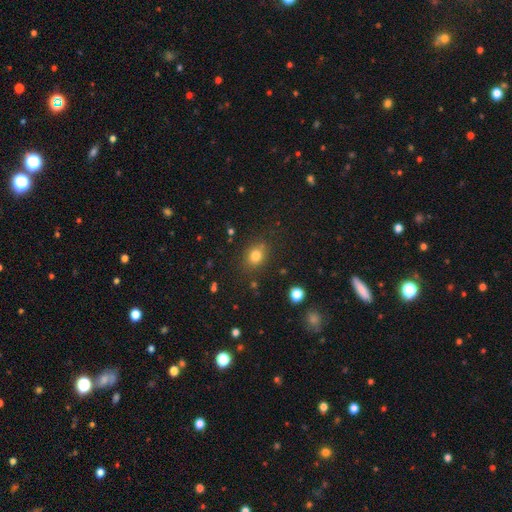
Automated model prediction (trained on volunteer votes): Smooth or featured? smooth (79%)
How rounded? round (51%)
Merging? none (81%)